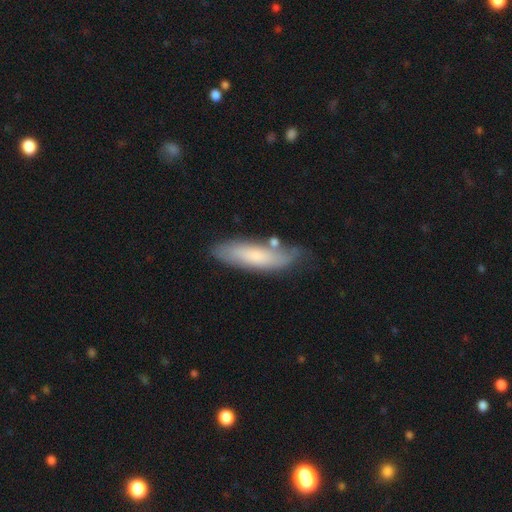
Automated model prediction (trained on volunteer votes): smooth 65%, featured or disk 28%, star or artifact 6%. Down the decision tree: how rounded — cigar-shaped (58%); merging — none (65%).